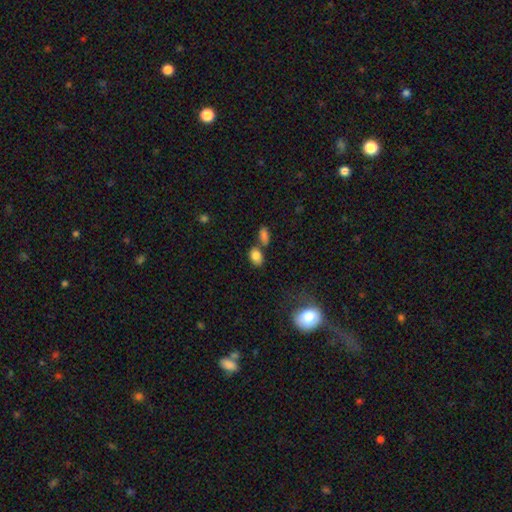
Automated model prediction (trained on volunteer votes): Smooth or featured: smooth — 83% (star or artifact — 10%)
How rounded: in between — 80% (round — 19%)
Merging: none — 59% (merger — 23%)